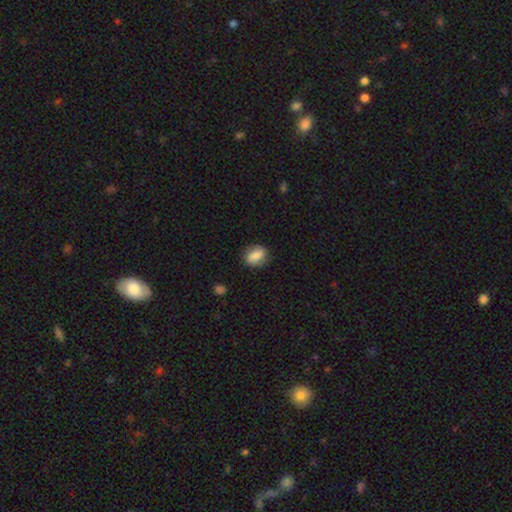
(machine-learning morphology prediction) This appears to be a smooth galaxy with no disk features (68%) that is in between round and cigar-shaped (64%). Merging: none (80%).